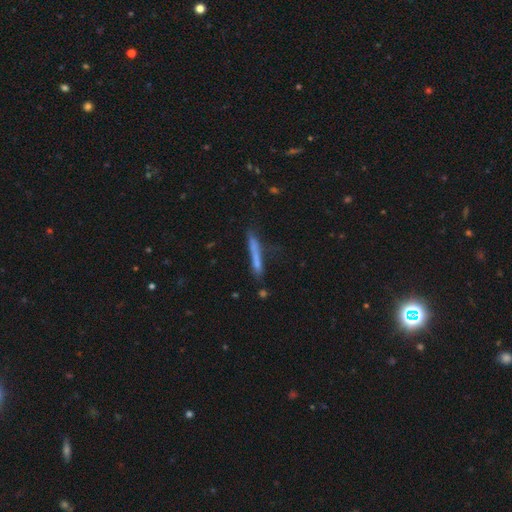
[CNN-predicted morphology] Overall: smooth (62%; featured or disk 29%). How rounded: cigar-shaped (95%). Merging: none (68%).